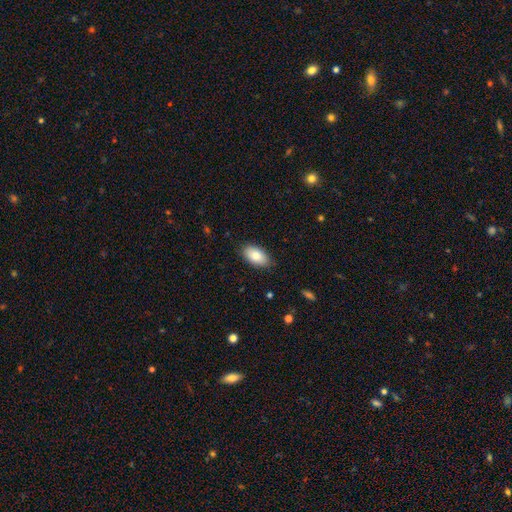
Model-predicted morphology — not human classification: Smooth or featured: smooth — 83% (featured or disk — 10%)
How rounded: in between — 94% (round — 3%)
Merging: none — 85% (minor disturbance — 11%)